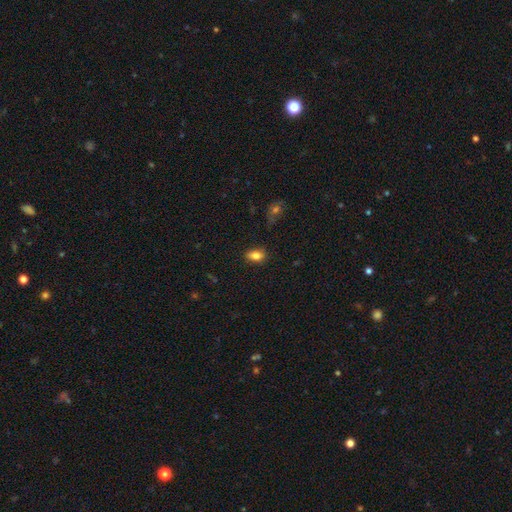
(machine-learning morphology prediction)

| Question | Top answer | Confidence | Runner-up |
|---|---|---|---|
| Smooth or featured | smooth | 84% | star or artifact (9%) |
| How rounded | in between | 85% | round (11%) |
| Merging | none | 83% | minor disturbance (13%) |